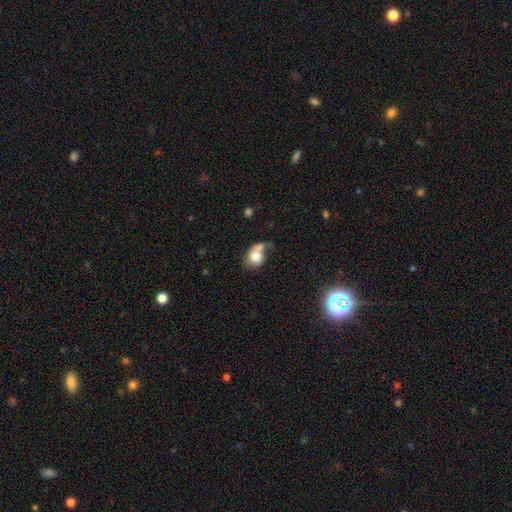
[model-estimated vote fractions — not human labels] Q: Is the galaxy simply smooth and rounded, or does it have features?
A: smooth — 72%.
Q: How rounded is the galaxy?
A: round — 60%.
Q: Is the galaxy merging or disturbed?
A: merger — 28%, tied with none.